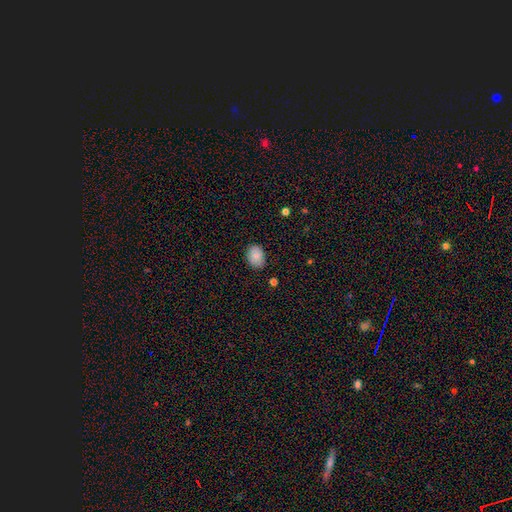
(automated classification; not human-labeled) Smooth or featured: smooth — 83% (featured or disk — 9%)
How rounded: in between — 66% (round — 34%)
Merging: none — 81% (minor disturbance — 15%)